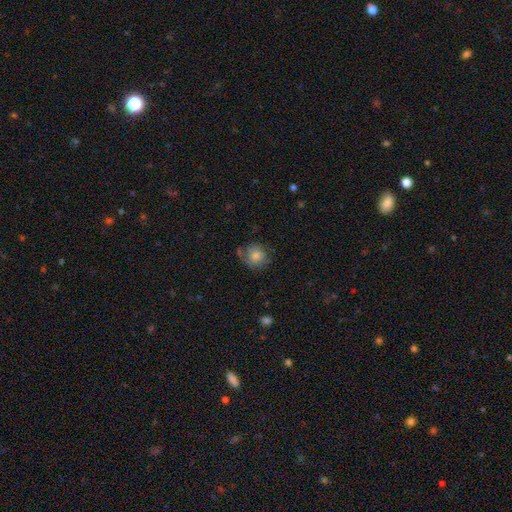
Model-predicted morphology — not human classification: The model was most divided on "merging": none: 59%, minor disturbance: 26%, major disturbance: 11%, merger: 3%. More confident: how rounded — round (78%); smooth or featured — smooth (70%).